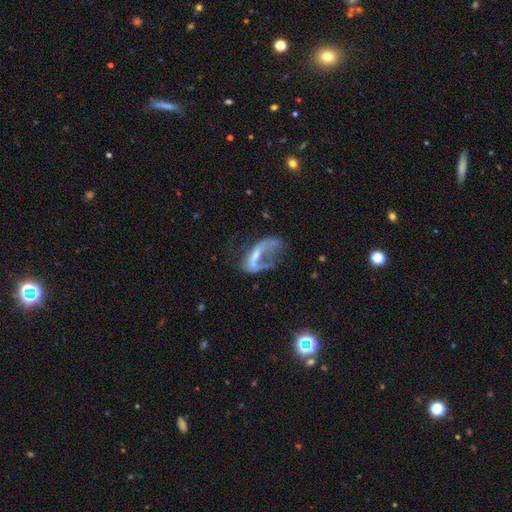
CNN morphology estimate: Smooth or featured? Predicted: featured or disk (p=0.62). Edge-on disk? Predicted: no (p=0.92). Bar? Predicted: no (p=0.56). Spiral arms? Predicted: no (p=0.55). Bulge size? Predicted: small (p=0.42). Merging? Predicted: major disturbance (p=0.52).